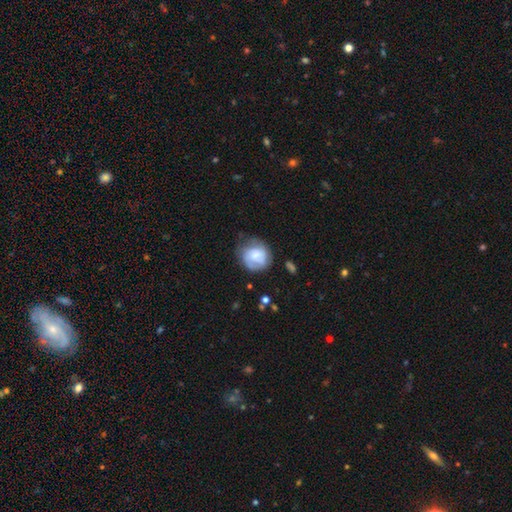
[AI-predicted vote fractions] Overall: smooth (58%; featured or disk 35%). How rounded: round (78%). Merging: none (54%; minor disturbance 29%).